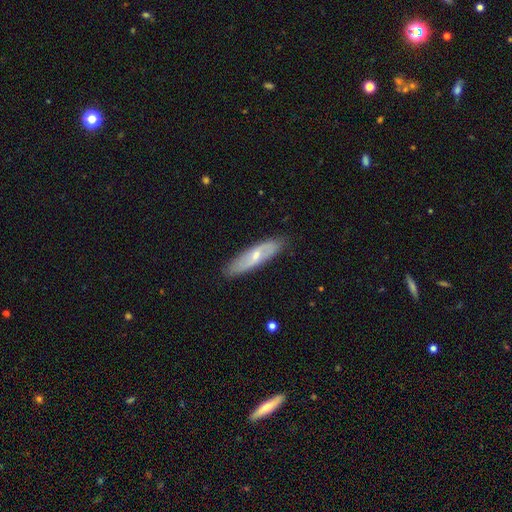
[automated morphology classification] smooth_or_featured: featured or disk (p=0.53) [alt: smooth p=0.41]
disk_edge_on: no (p=0.68) [alt: yes p=0.32]
merging: none (p=0.85) [alt: minor disturbance p=0.11]